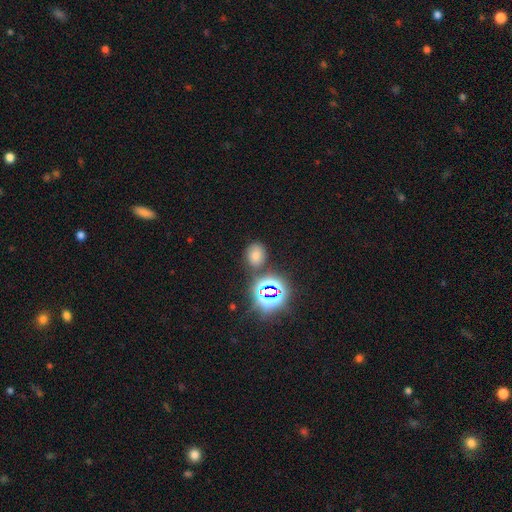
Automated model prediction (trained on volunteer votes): smooth-or-featured: smooth: 63% | star or artifact: 29% | featured or disk: 8%
  how-rounded: in between: 54% | round: 45% | cigar-shaped: 1%
  merging: none: 76% | minor disturbance: 12% | merger: 7% | major disturbance: 4%